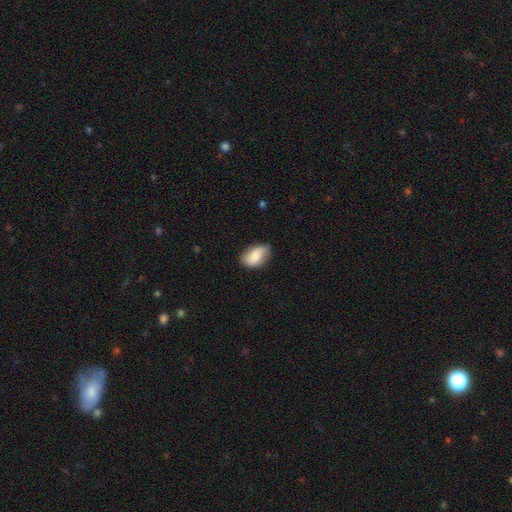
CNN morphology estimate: This appears to be a smooth galaxy with no disk features (76%) that is in between round and cigar-shaped (90%). Merging: none (70%).